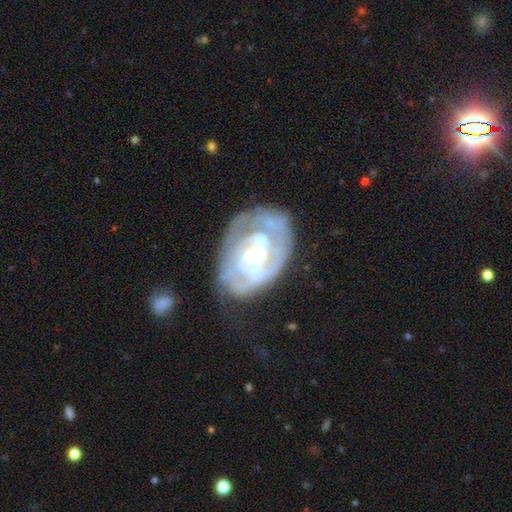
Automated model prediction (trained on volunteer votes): Smooth or featured: featured or disk — 79% (smooth — 14%)
Edge-on disk: no — 97% (yes — 3%)
Bar: weak — 43% (no — 40%)
Spiral arms: yes — 80% (no — 20%)
Spiral winding: tight — 56% (medium — 32%)
Spiral arm count: can't tell — 38% (2 — 31%)
Bulge size: small — 41% (moderate — 39%)
Merging: none — 50% (minor disturbance — 25%)